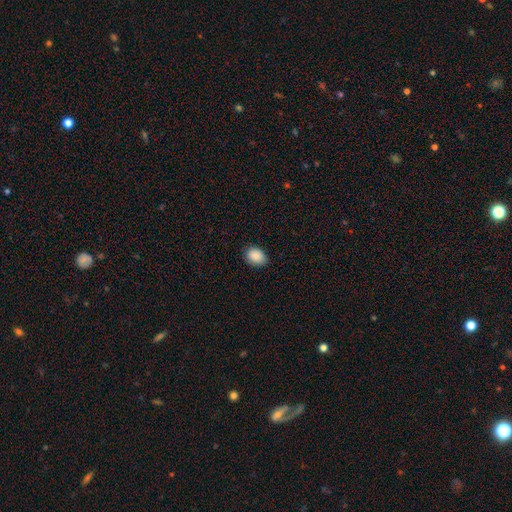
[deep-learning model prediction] Smooth or featured? Predicted: smooth (p=0.89). How rounded? Predicted: in between (p=0.69). Merging? Predicted: none (p=0.80).